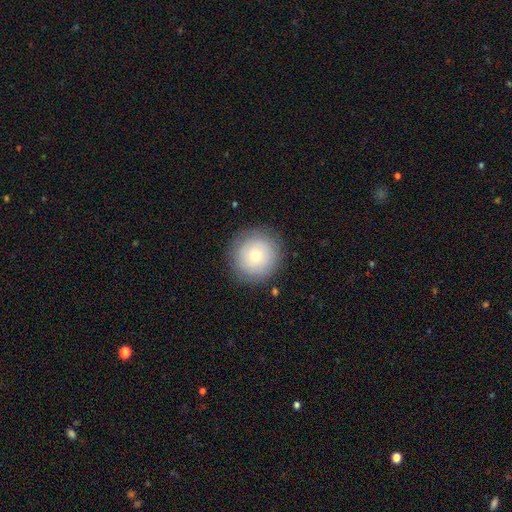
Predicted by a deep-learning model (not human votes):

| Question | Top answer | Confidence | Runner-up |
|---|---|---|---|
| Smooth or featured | smooth | 66% | featured or disk (25%) |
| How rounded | round | 95% | in between (4%) |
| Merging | none | 87% | minor disturbance (9%) |